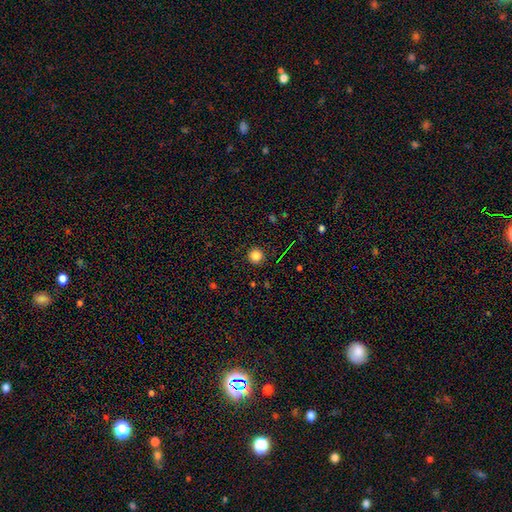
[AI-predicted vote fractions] smooth-or-featured: smooth: 83% | star or artifact: 12% | featured or disk: 4%
  how-rounded: round: 95% | in between: 4% | cigar-shaped: 1%
  merging: none: 92% | minor disturbance: 5% | major disturbance: 2% | merger: 1%